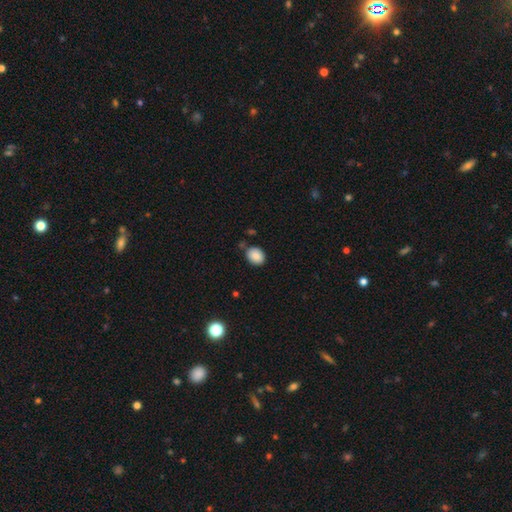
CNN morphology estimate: smooth-or-featured: smooth: 86% | star or artifact: 8% | featured or disk: 5%
  how-rounded: in between: 54% | round: 45% | cigar-shaped: 1%
  merging: none: 79% | minor disturbance: 13% | merger: 5% | major disturbance: 3%